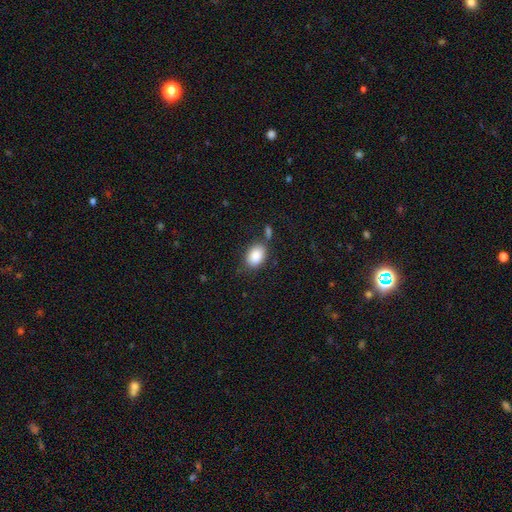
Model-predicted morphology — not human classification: A smooth galaxy with no disk features (88%) that is in between round and cigar-shaped (82%). Merging: none (70%).